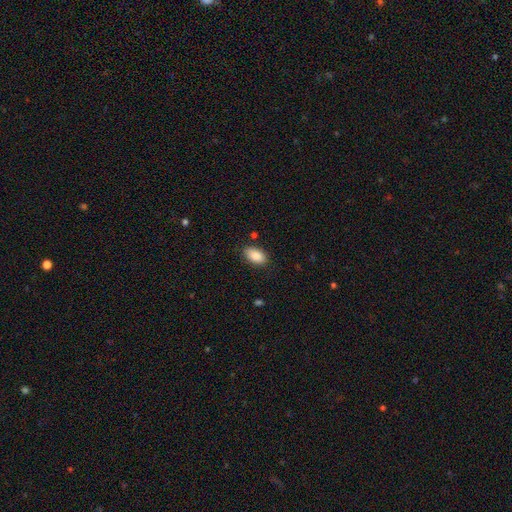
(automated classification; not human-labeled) Smooth or featured? Predicted: smooth (p=0.87). How rounded? Predicted: in between (p=0.93). Merging? Predicted: none (p=0.84).